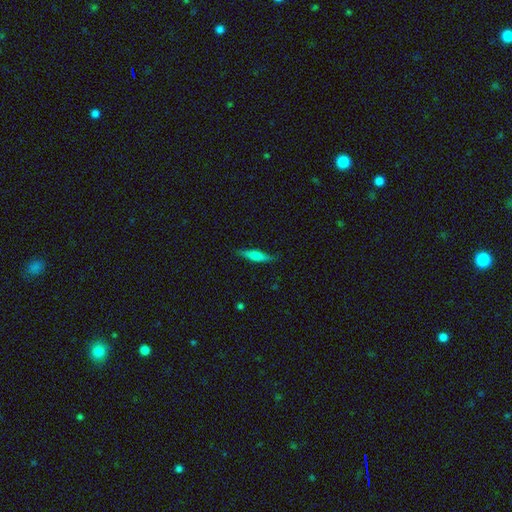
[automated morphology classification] smooth-or-featured: smooth: 62% | featured or disk: 31% | star or artifact: 7%
  how-rounded: cigar-shaped: 78% | in between: 20% | round: 2%
  merging: none: 83% | minor disturbance: 13% | major disturbance: 3% | merger: 1%